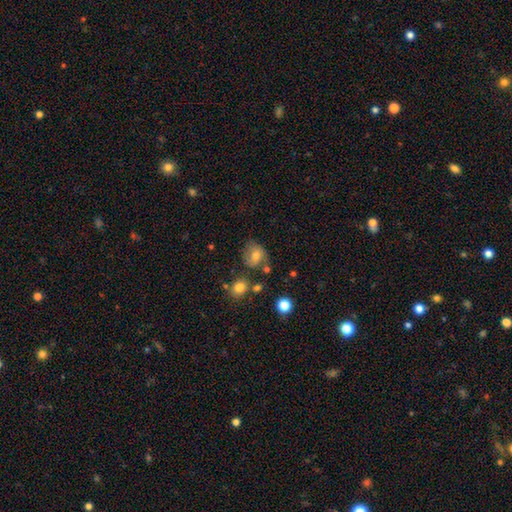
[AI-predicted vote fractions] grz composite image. It shows a smooth galaxy with no disk features (72%) that is round (65%). Merging: none (57%).